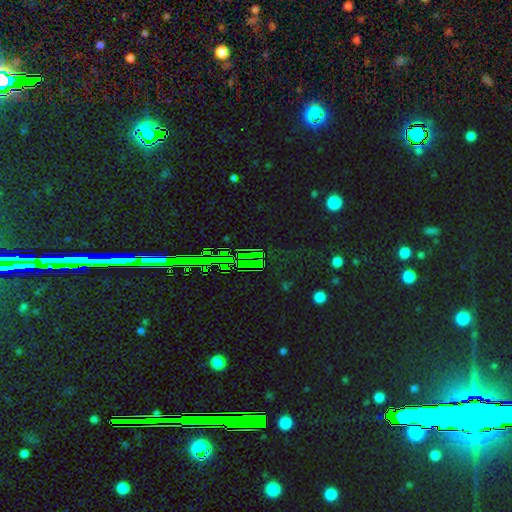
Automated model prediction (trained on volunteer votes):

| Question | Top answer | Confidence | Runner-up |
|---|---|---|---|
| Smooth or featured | star or artifact | 79% | smooth (13%) |